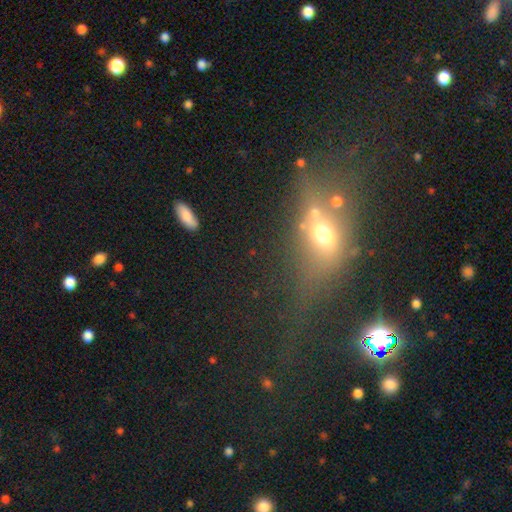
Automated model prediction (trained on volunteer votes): This is marginally a smooth galaxy (42%). Merging: marginally none (42%).